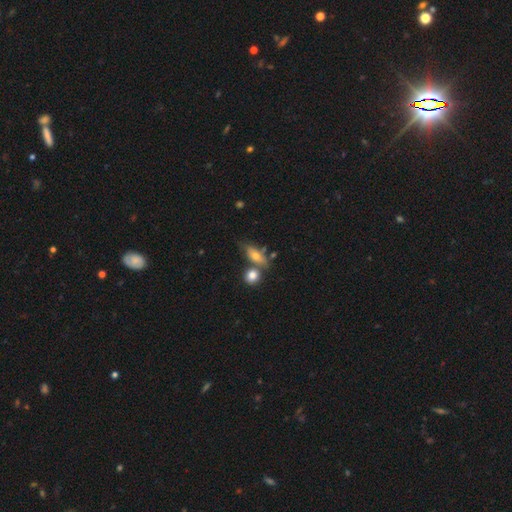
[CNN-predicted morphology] The model was most divided on "merging": none: 54%, merger: 24%, minor disturbance: 17%, major disturbance: 5%. More confident: how rounded — in between (66%); smooth or featured — smooth (65%).